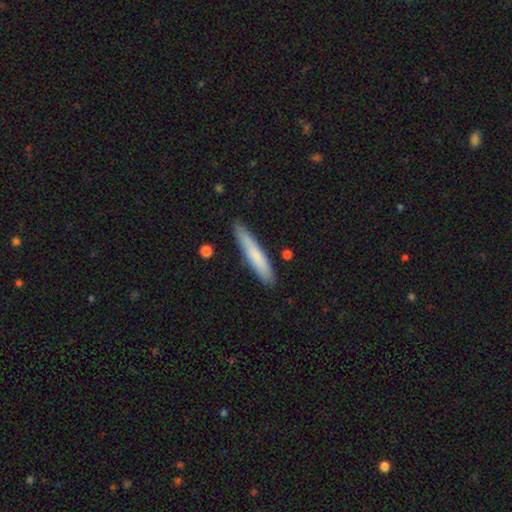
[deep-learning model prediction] A smooth galaxy with no disk features (75%) that is cigar-shaped (91%). Merging: none (84%).